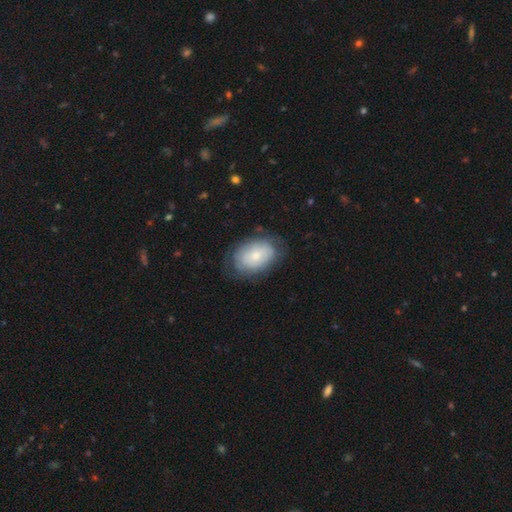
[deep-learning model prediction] Overall: smooth (64%; featured or disk 29%). How rounded: in between (82%). Merging: none (70%).